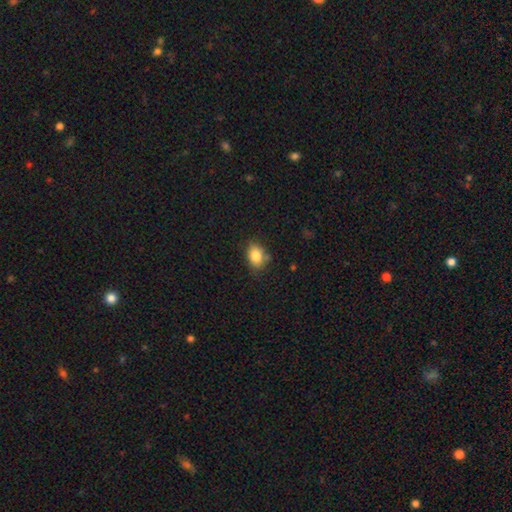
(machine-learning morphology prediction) This appears to be a smooth galaxy with no disk features (84%) that is in between round and cigar-shaped (70%). Merging: none (72%).